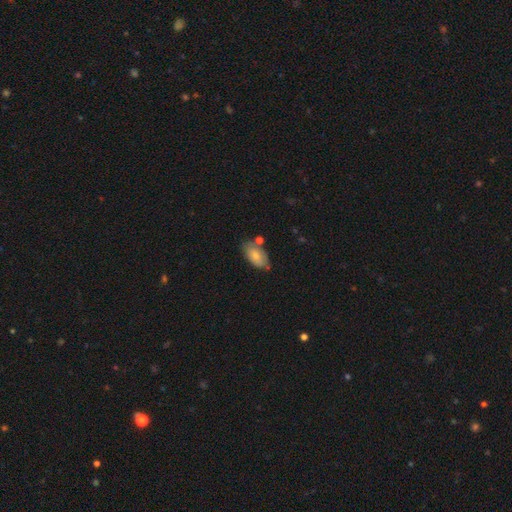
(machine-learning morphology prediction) smooth_or_featured: smooth (p=0.77) [alt: featured or disk p=0.17]
how_rounded: in between (p=0.93) [alt: round p=0.03]
merging: none (p=0.65) [alt: minor disturbance p=0.21]